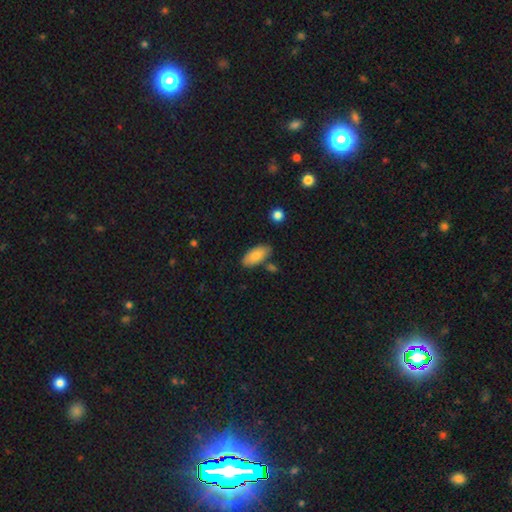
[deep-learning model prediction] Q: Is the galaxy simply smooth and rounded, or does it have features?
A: smooth — 83%.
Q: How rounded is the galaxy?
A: in between — 90%.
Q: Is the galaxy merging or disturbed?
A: none — 77%.